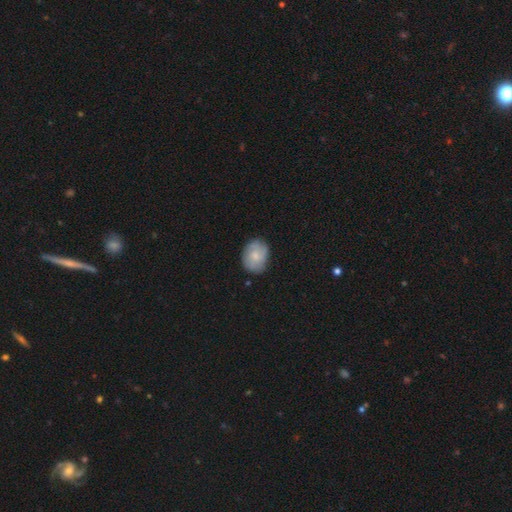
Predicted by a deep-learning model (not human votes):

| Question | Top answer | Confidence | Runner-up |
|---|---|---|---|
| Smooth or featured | smooth | 59% | featured or disk (35%) |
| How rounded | in between | 59% | round (40%) |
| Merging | none | 73% | minor disturbance (20%) |